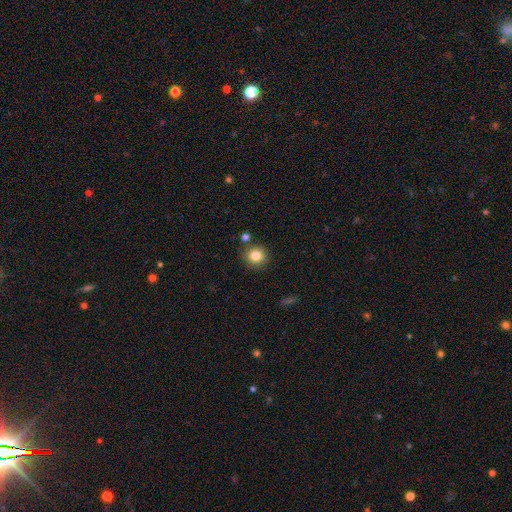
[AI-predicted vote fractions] A smooth galaxy with no disk features (83%) that is round (91%). Merging: none (84%).